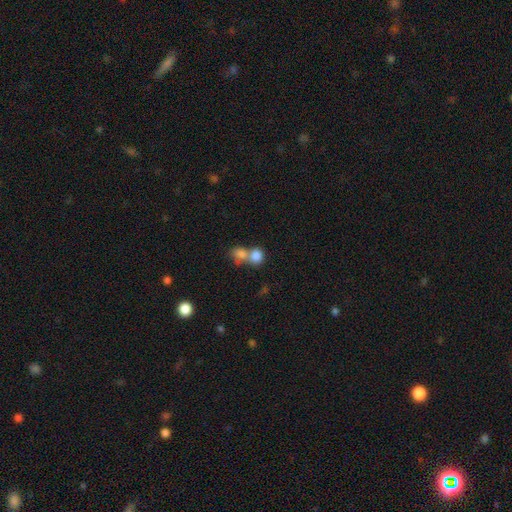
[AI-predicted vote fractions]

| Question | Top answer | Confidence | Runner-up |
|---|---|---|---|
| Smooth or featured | smooth | 82% | star or artifact (9%) |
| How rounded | round | 69% | in between (30%) |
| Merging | merger | 61% | none (29%) |